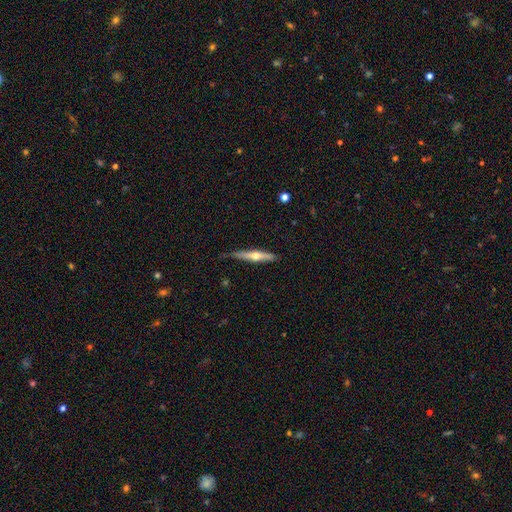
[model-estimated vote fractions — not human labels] A featured or disk galaxy (58%) viewed edge-on (95%) with a rounded central bulge (91%). Merging: none (72%).